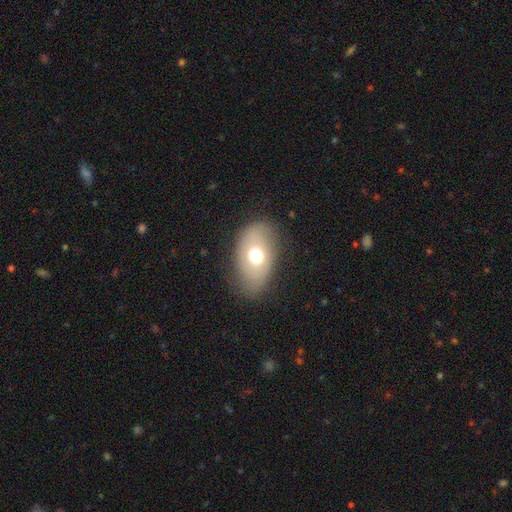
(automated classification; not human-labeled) The model was most divided on "smooth or featured": smooth: 62%, featured or disk: 28%, star or artifact: 10%. More confident: how rounded — in between (85%); merging — none (75%).